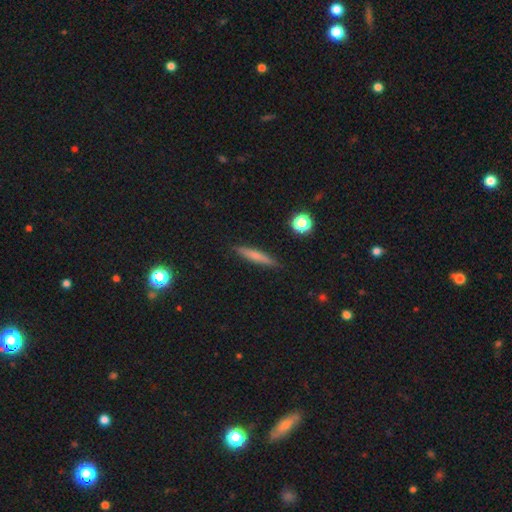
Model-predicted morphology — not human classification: Smooth or featured? smooth (69%)
How rounded? cigar-shaped (90%)
Merging? none (89%)